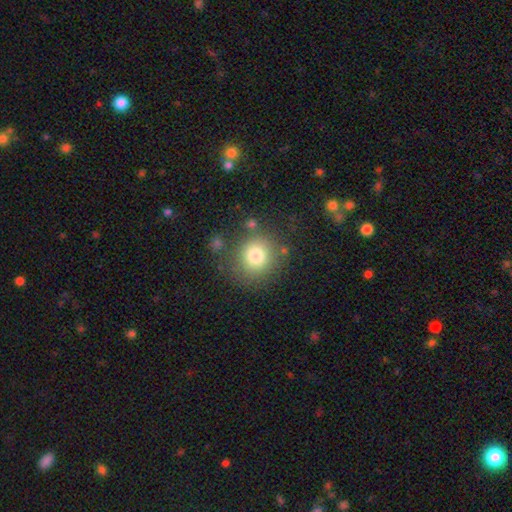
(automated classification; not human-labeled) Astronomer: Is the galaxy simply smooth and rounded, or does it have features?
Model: smooth — 79%.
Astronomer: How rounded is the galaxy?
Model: round — 88%.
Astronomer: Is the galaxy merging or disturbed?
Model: none — 77%.